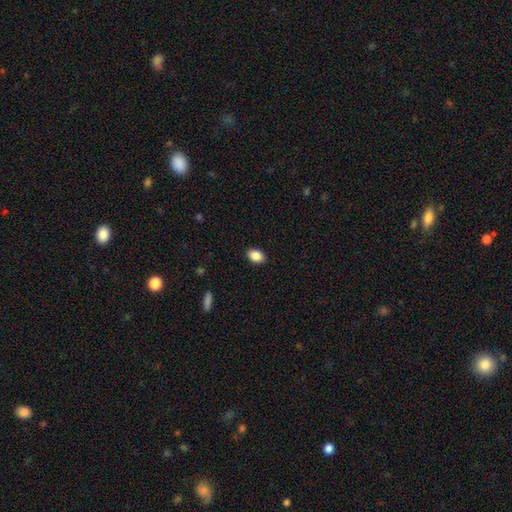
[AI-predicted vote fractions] smooth_or_featured: smooth (p=0.88) [alt: star or artifact p=0.08]
how_rounded: in between (p=0.79) [alt: round p=0.20]
merging: none (p=0.90) [alt: minor disturbance p=0.08]